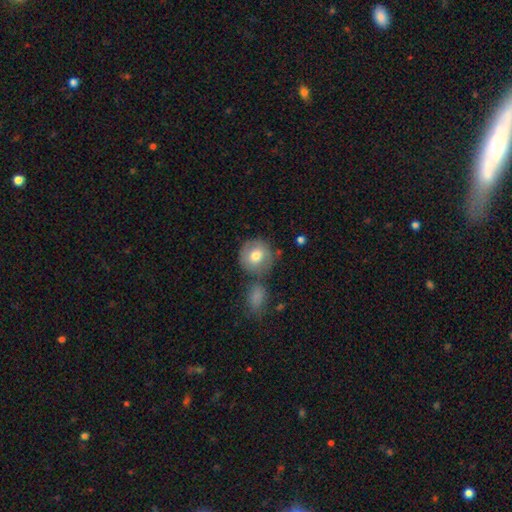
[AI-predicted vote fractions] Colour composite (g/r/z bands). It shows a smooth galaxy with no disk features (72%) that is round (90%). Merging: none (61%).